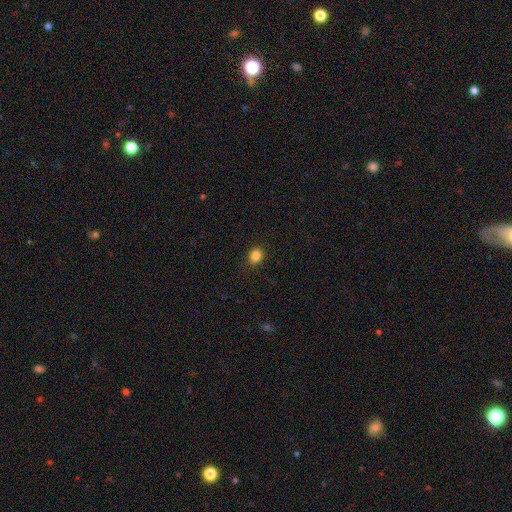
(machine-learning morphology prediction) A smooth galaxy with no disk features (85%) that is round (59%). Merging: none (87%).